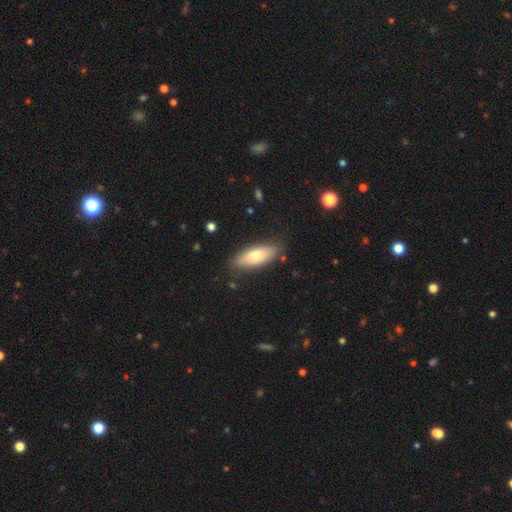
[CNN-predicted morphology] type=smooth (68%); roundness=in between (73%); merging=none (84%).